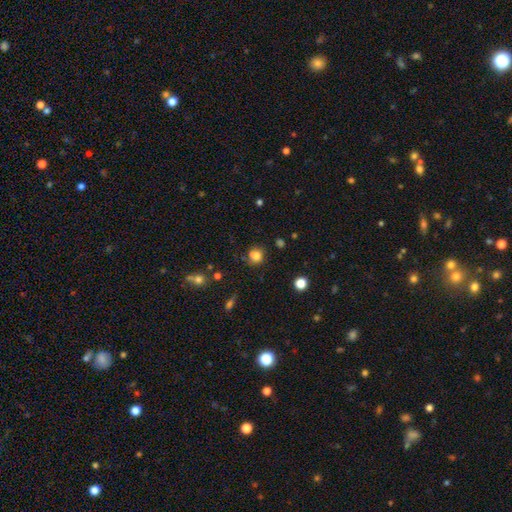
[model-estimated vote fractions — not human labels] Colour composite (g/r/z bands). It shows a smooth galaxy with no disk features (79%) that is round (76%). Merging: none (66%).